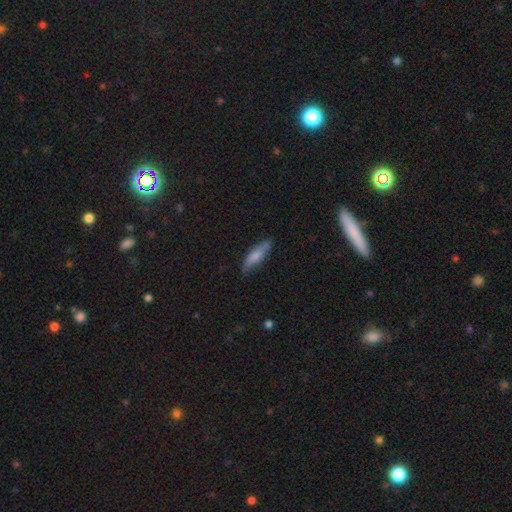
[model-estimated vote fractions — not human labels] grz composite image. It shows a smooth galaxy with no disk features (75%) that is cigar-shaped (62%). Merging: none (73%).